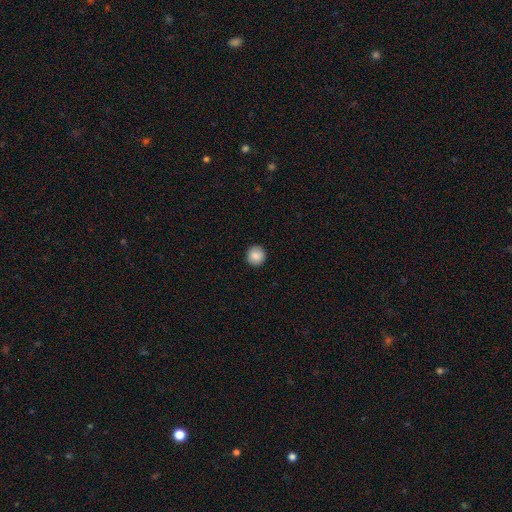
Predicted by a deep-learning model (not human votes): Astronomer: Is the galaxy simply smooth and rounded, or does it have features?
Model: smooth — 88%.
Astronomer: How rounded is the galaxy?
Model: round — 94%.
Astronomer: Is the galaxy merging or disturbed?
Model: none — 92%.